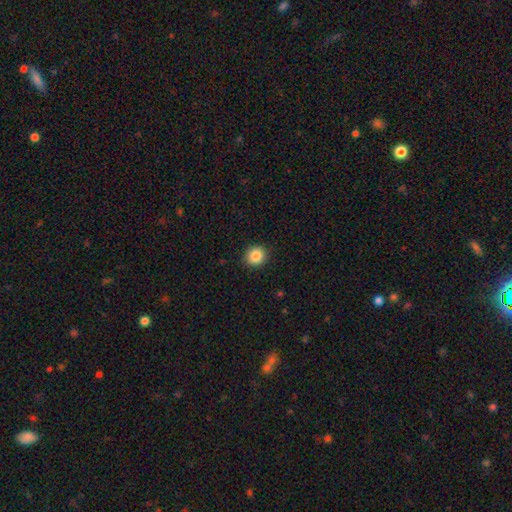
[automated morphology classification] smooth-or-featured: smooth: 85% | star or artifact: 10% | featured or disk: 5%
  how-rounded: round: 87% | in between: 12% | cigar-shaped: 1%
  merging: none: 91% | minor disturbance: 6% | major disturbance: 2% | merger: 1%